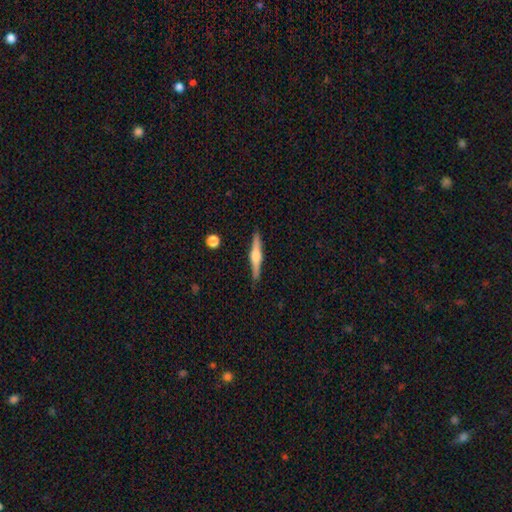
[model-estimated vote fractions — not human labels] A featured or disk galaxy (70%) viewed edge-on (98%) with a rounded central bulge (90%). Merging: none (90%).